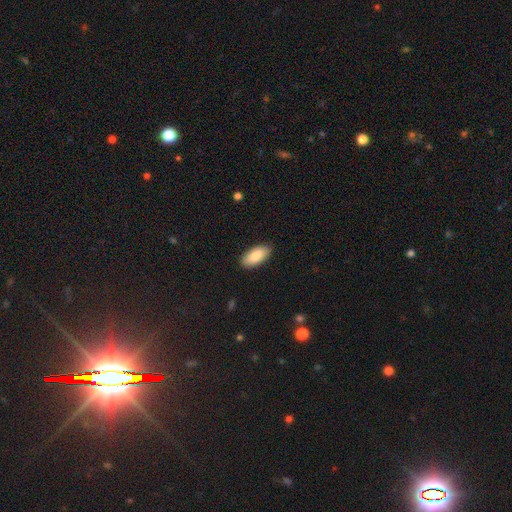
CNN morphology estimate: This appears to be a smooth galaxy with no disk features (83%) that is in between round and cigar-shaped (91%). Merging: none (86%).